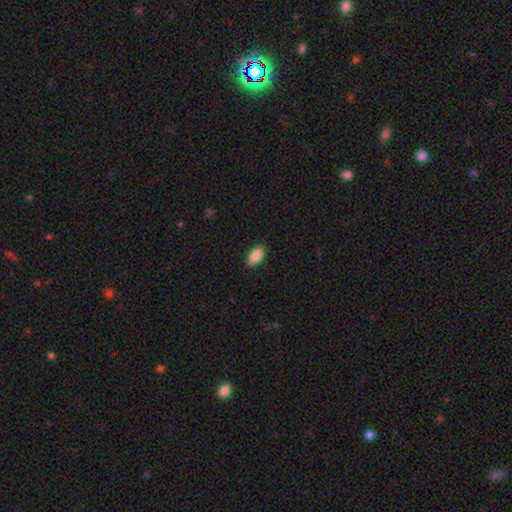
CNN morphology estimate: This is clearly a smooth galaxy (87%). How rounded: clearly in between (93%). Merging: clearly none (87%).